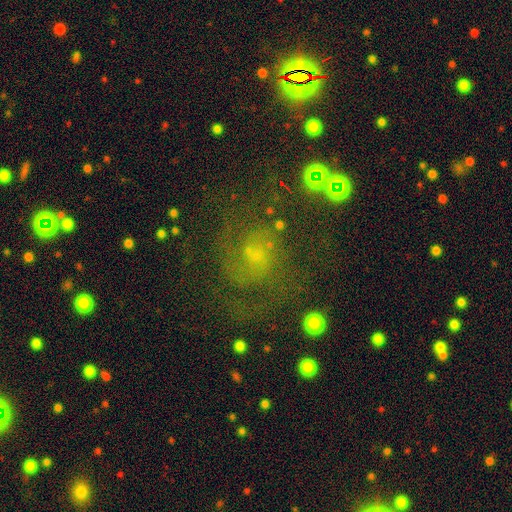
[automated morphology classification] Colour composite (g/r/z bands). It shows a featured or disk galaxy (53%) with no bar (68%), spiral arms (76%) and a small central bulge (44%). Merging: none (60%).